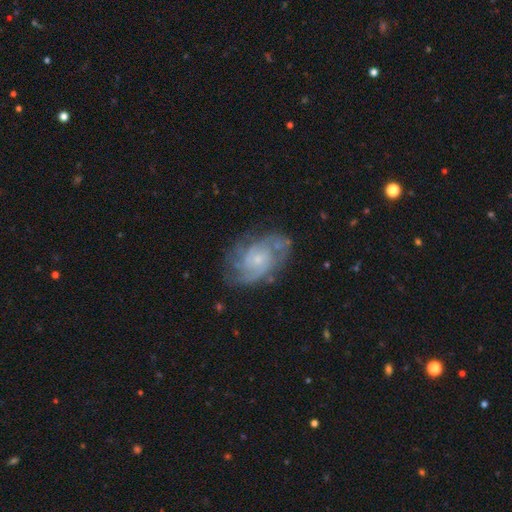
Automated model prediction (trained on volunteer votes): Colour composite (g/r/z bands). It shows a featured or disk galaxy (75%) with no bar (72%), tight (56%) spiral arms (94%) and a small central bulge (66%). Merging: none (78%).